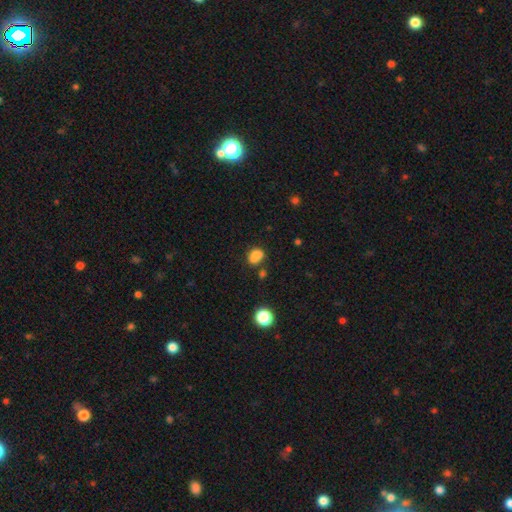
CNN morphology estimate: A smooth galaxy with no disk features (80%) that is in between round and cigar-shaped (60%). Merging: none (55%).